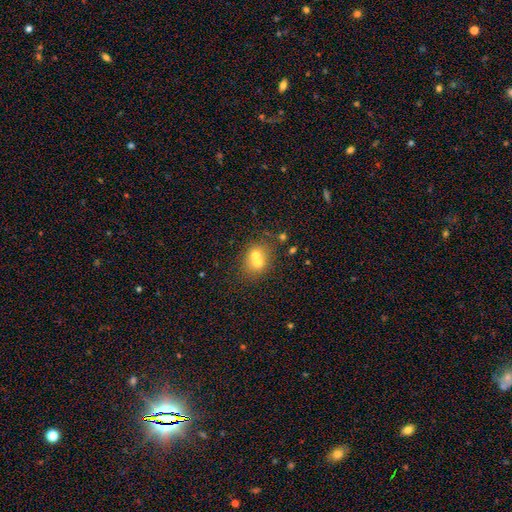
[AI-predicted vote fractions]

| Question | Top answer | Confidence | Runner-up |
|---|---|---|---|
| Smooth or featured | smooth | 61% | featured or disk (25%) |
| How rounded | round | 68% | in between (31%) |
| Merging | merger | 60% | none (31%) |